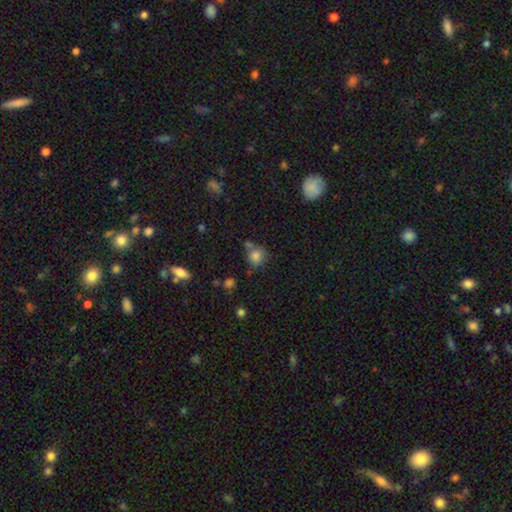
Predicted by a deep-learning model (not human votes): smooth 80%, star or artifact 12%, featured or disk 8%. Down the decision tree: how rounded — round (79%); merging — none (57%).